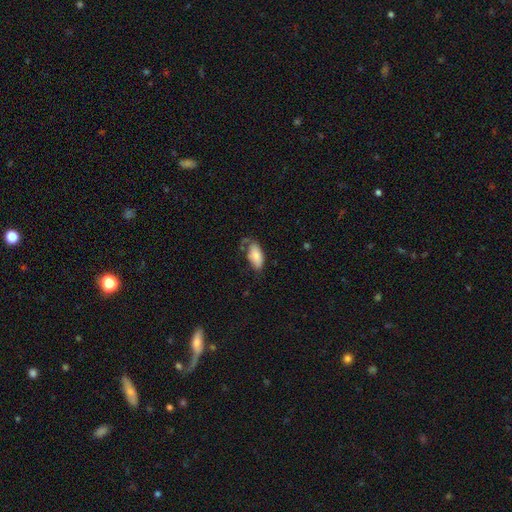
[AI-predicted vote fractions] Morphology: type=smooth (81%); roundness=in between (92%); merging=none (56%).